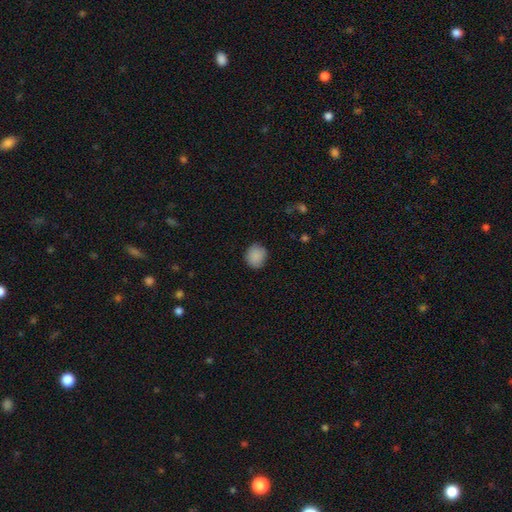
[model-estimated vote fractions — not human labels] Smooth or featured? Predicted: smooth (p=0.88). How rounded? Predicted: round (p=0.75). Merging? Predicted: none (p=0.84).